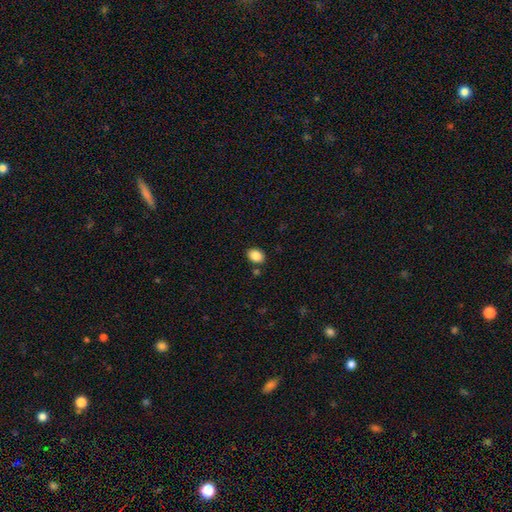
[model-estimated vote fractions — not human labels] Morphology: type=smooth (87%); roundness=in between (69%); merging=none (84%).